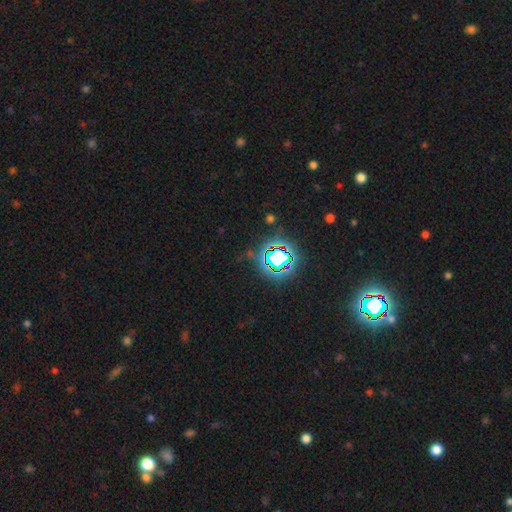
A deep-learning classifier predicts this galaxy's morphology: This appears to be a star or artifact, not a galaxy (80%).